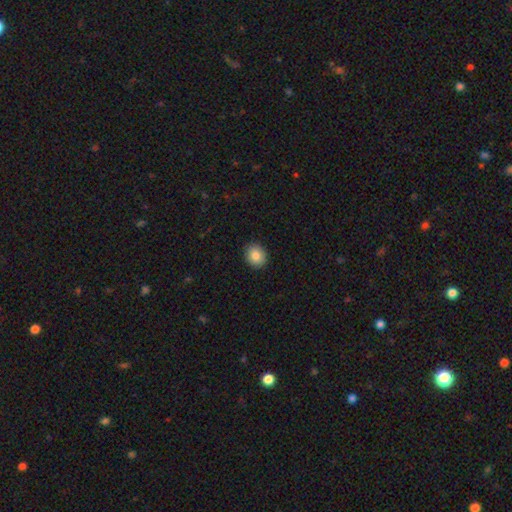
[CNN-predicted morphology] Overall: smooth (85%). How rounded: round (63%; in between 36%). Merging: none (91%).